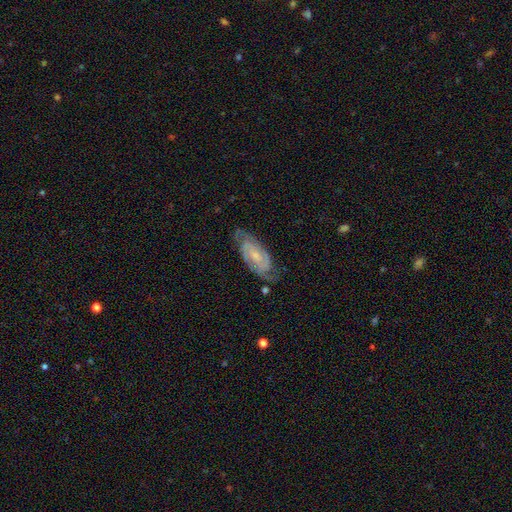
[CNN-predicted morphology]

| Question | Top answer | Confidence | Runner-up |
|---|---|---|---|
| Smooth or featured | featured or disk | 81% | smooth (14%) |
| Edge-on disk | no | 93% | yes (7%) |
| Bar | no | 48% | weak (42%) |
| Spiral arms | yes | 95% | no (5%) |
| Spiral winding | tight | 53% | medium (38%) |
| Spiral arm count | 2 | 78% | can't tell (12%) |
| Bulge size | small | 51% | moderate (34%) |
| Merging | none | 72% | minor disturbance (20%) |